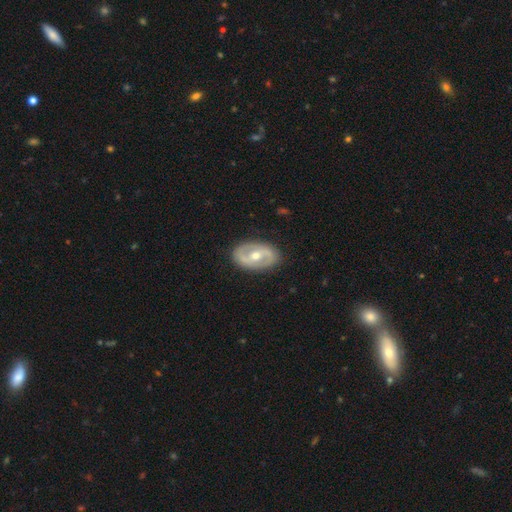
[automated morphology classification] featured or disk 75%, smooth 20%, star or artifact 5%. Down the decision tree: edge-on disk — no (94%); bar — weak (36%); spiral arms — yes (61%); bulge size — moderate (67%); merging — none (86%).